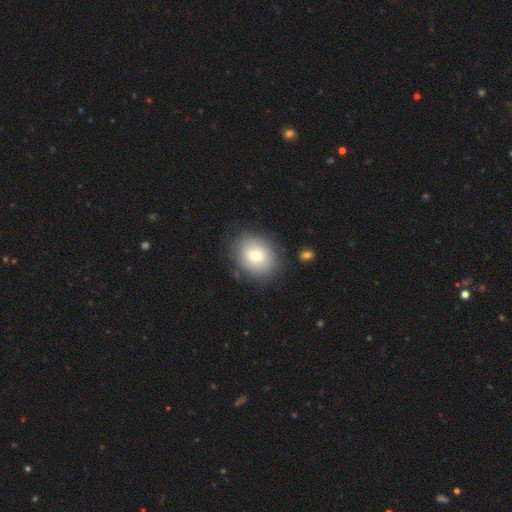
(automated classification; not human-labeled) Smooth or featured? smooth (76%)
How rounded? round (51%)
Merging? none (82%)